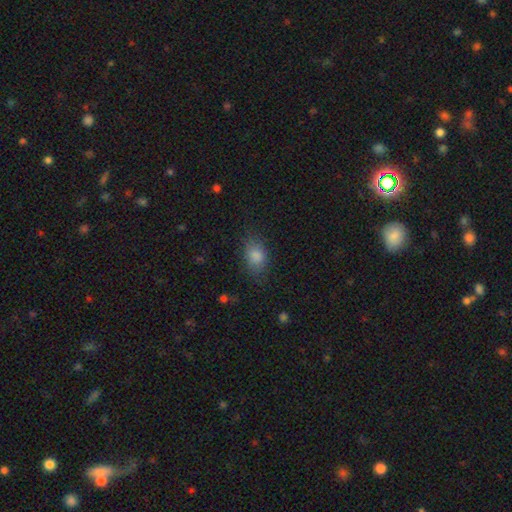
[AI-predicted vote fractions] A smooth galaxy with no disk features (82%) that is in between round and cigar-shaped (79%). Merging: none (75%).